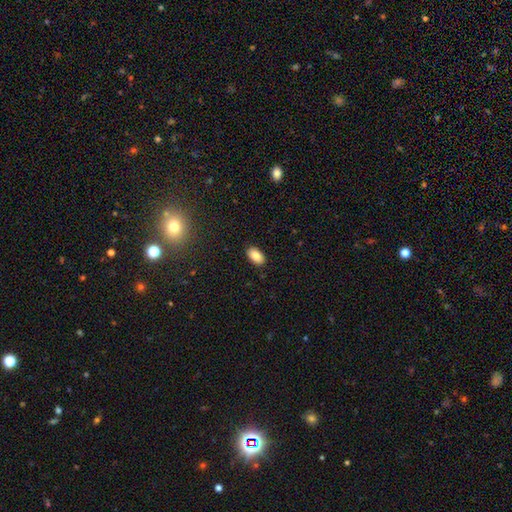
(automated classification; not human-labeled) The model was most divided on "smooth or featured": smooth: 83%, star or artifact: 8%, featured or disk: 8%. More confident: how rounded — in between (92%); merging — none (89%).